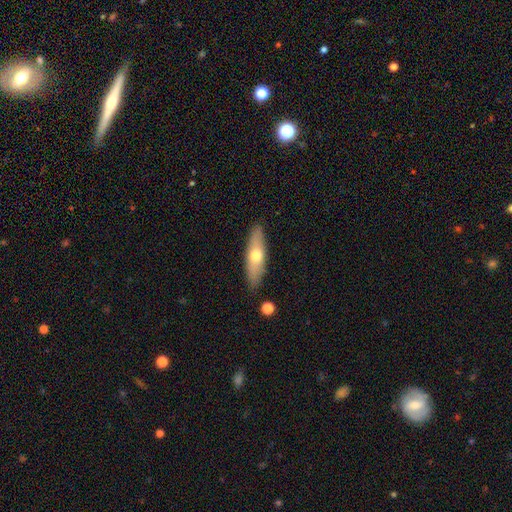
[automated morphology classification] smooth 56%, featured or disk 38%, star or artifact 6%. Down the decision tree: how rounded — cigar-shaped (59%); merging — none (87%).